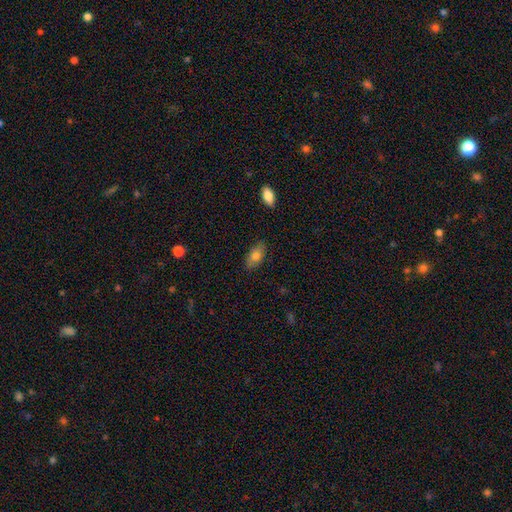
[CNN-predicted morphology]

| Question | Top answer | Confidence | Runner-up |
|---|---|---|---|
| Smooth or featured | smooth | 79% | featured or disk (13%) |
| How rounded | in between | 89% | cigar-shaped (6%) |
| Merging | none | 84% | minor disturbance (12%) |